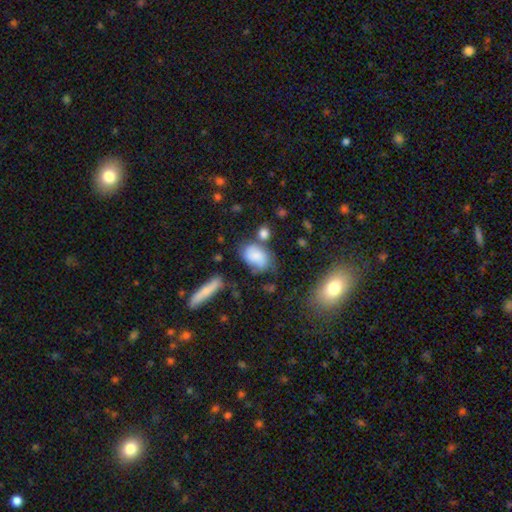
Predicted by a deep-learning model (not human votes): smooth_or_featured: smooth (p=0.71) [alt: featured or disk p=0.20]
how_rounded: in between (p=0.81) [alt: round p=0.17]
merging: none (p=0.43) [alt: minor disturbance p=0.26]